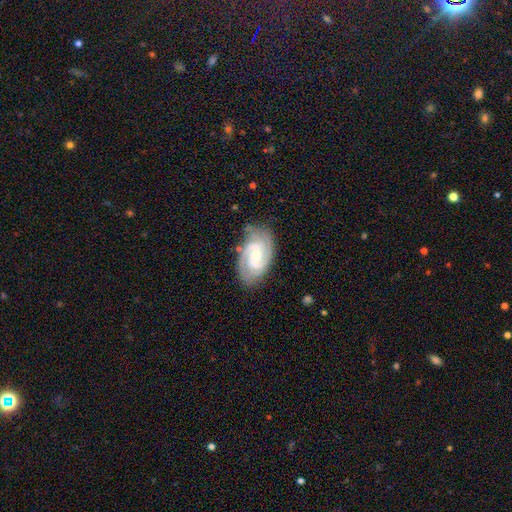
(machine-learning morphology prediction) A featured or disk galaxy (87%) with no bar (47%), 2 (58%) tight (56%) spiral arms (98%) and a small central bulge (63%). Merging: none (77%).